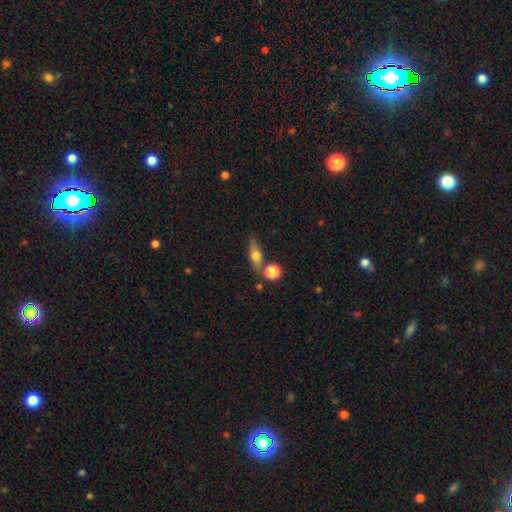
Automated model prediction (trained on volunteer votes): Overall: smooth (46%; featured or disk 45%). Merging: none (68%).